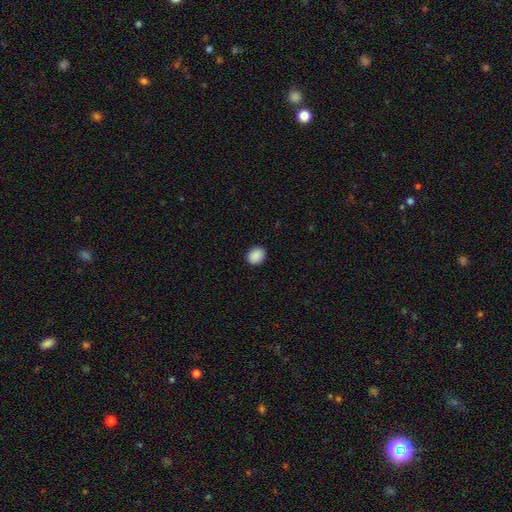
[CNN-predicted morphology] Smooth or featured: smooth — 90% (star or artifact — 8%)
How rounded: round — 58% (in between — 42%)
Merging: none — 91% (minor disturbance — 6%)